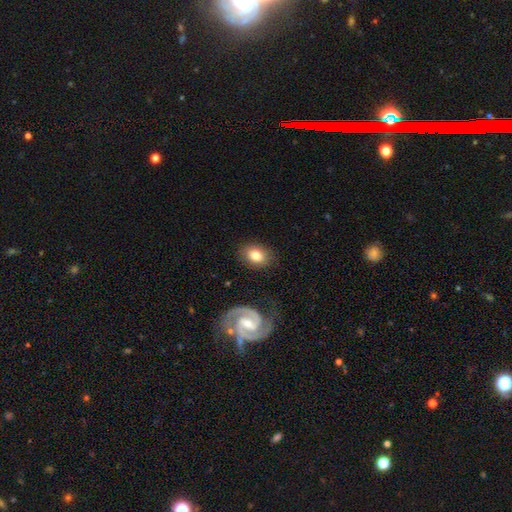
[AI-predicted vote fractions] A smooth galaxy with no disk features (75%) that is in between round and cigar-shaped (64%).

Vote fractions:
- Smooth or featured? smooth: 75% / featured or disk: 18% / star or artifact: 7%
- How rounded? in between: 64% / round: 35% / cigar-shaped: 1%
- Merging? none: 83% / minor disturbance: 11% / major disturbance: 4% / merger: 2%